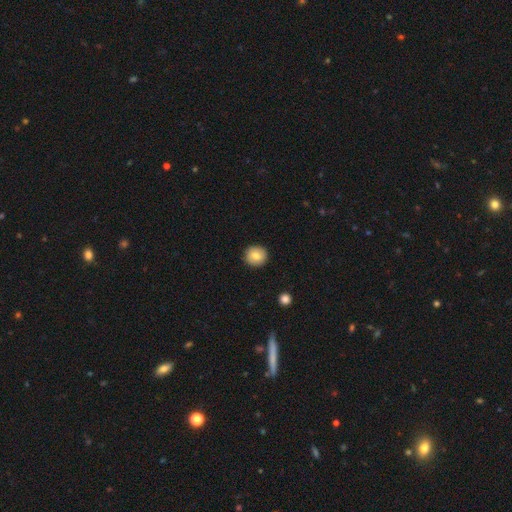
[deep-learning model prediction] A smooth galaxy with no disk features (79%) that is round (89%). Merging: none (91%).